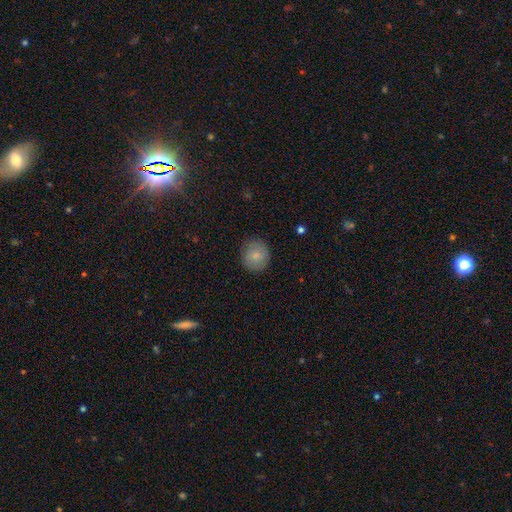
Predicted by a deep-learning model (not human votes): smooth-or-featured: smooth: 81% | featured or disk: 12% | star or artifact: 7%
  how-rounded: round: 86% | in between: 13% | cigar-shaped: 1%
  merging: none: 84% | minor disturbance: 12% | major disturbance: 3% | merger: 1%